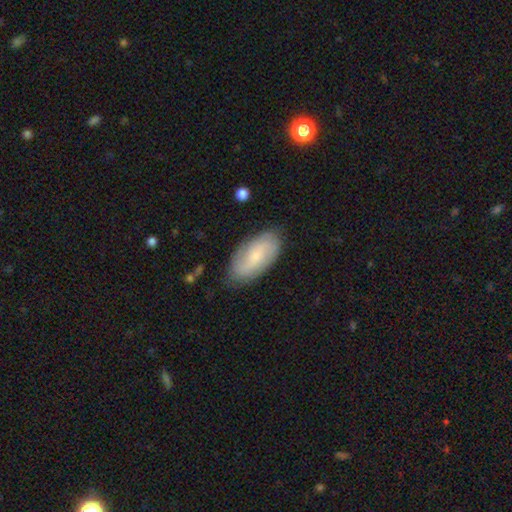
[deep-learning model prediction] Overall: featured or disk (51%; smooth 42%). Edge-on disk: no (93%). Merging: none (81%).